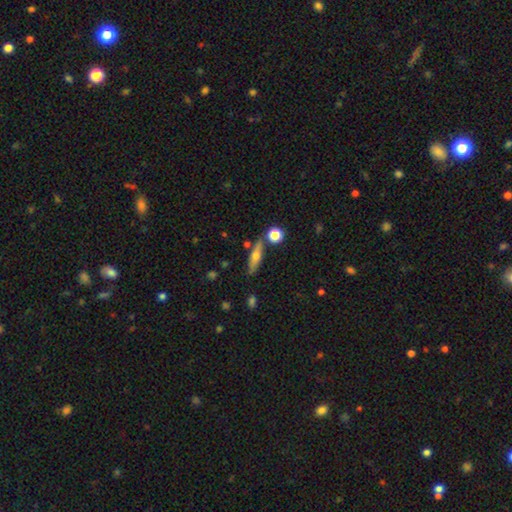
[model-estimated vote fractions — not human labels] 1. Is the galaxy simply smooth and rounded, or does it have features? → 52% smooth, 39% featured or disk, 9% star or artifact.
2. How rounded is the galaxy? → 67% cigar-shaped, 28% in between, 5% round.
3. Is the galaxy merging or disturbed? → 76% none, 13% minor disturbance, 8% merger, 3% major disturbance.